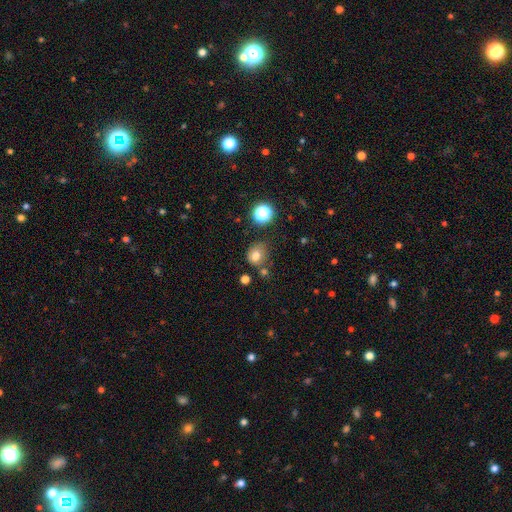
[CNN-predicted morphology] type=smooth (76%); roundness=round (75%); merging=none (61%).